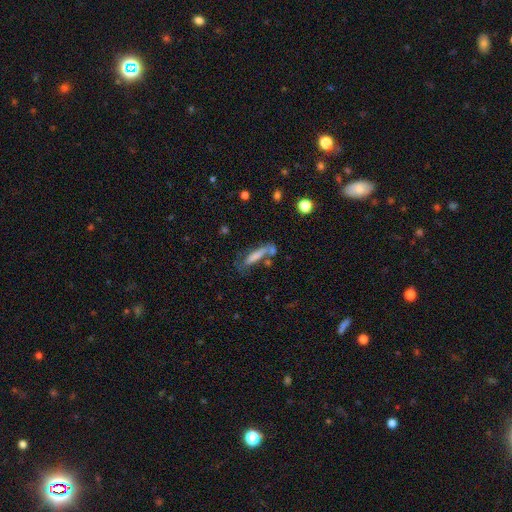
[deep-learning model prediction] The model was most divided on "merging": none: 48%, merger: 22%, minor disturbance: 18%, major disturbance: 12%. More confident: how rounded — cigar-shaped (80%); smooth or featured — smooth (69%).